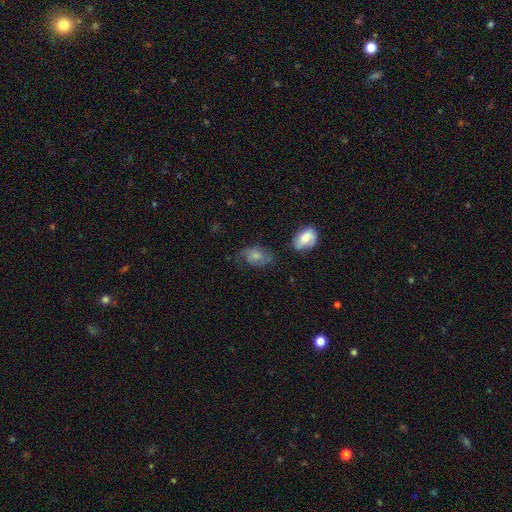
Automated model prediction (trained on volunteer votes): Smooth or featured?
  - smooth: 68% *
  - featured or disk: 23%
  - star or artifact: 9%
How rounded?
  - in between: 81% *
  - round: 18%
  - cigar-shaped: 2%
Merging?
  - none: 49% *
  - minor disturbance: 32%
  - major disturbance: 14%
  - merger: 5%